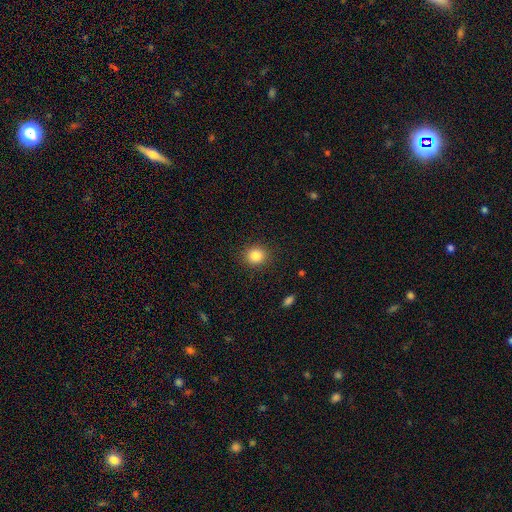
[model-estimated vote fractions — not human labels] A smooth galaxy with no disk features (85%) that is round (80%).

Vote fractions:
- Smooth or featured? smooth: 85% / star or artifact: 10% / featured or disk: 5%
- How rounded? round: 80% / in between: 19% / cigar-shaped: 1%
- Merging? none: 90% / minor disturbance: 7% / major disturbance: 2% / merger: 1%